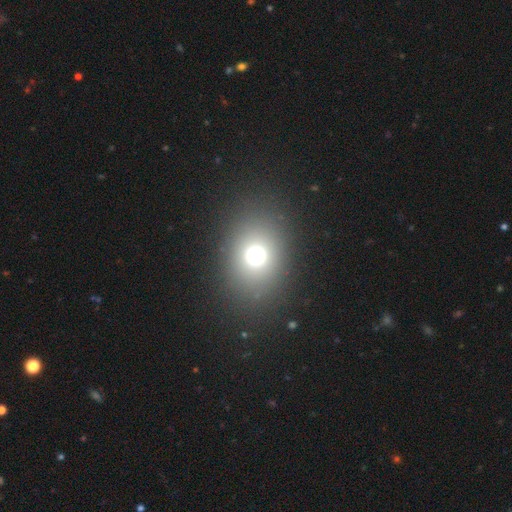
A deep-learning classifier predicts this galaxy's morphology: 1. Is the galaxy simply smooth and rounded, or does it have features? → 71% smooth, 19% star or artifact, 10% featured or disk.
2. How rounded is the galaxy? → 53% round, 46% in between, 1% cigar-shaped.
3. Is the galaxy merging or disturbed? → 85% none, 8% minor disturbance, 5% major disturbance, 1% merger.